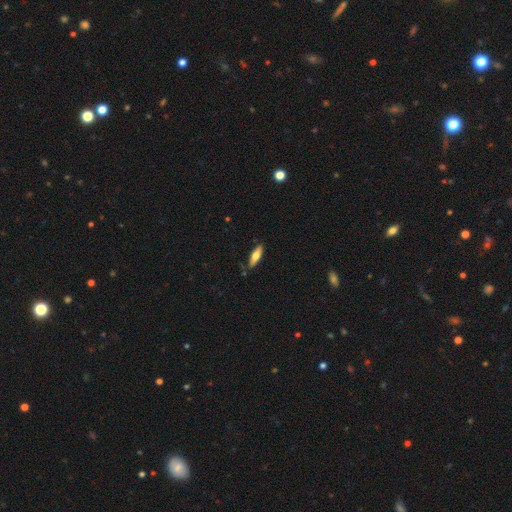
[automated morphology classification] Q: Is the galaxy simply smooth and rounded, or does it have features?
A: smooth — 63%.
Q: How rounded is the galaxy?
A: cigar-shaped — 51%.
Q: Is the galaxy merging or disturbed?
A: none — 82%.